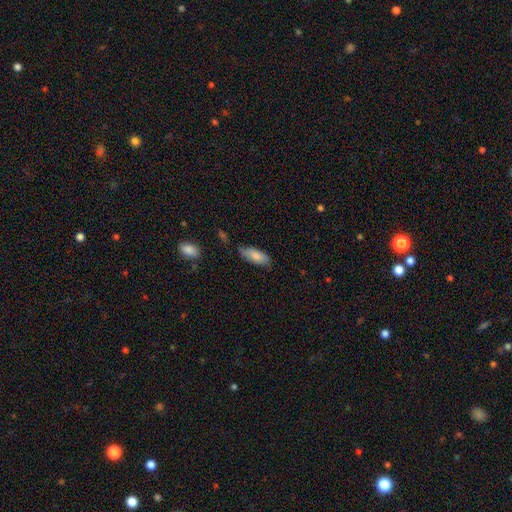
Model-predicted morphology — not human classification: Q: Smooth or featured?
A: smooth (82%); runner-up: featured or disk (11%)
Q: How rounded?
A: in between (73%); runner-up: cigar-shaped (25%)
Q: Merging?
A: none (70%); runner-up: minor disturbance (23%)